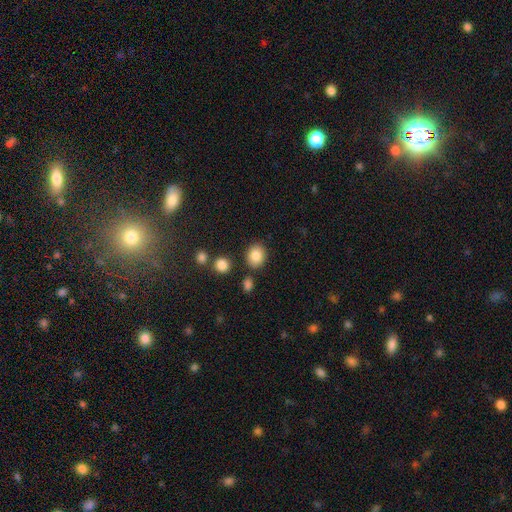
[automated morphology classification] Smooth or featured: smooth — 85% (star or artifact — 9%)
How rounded: round — 59% (in between — 40%)
Merging: none — 82% (minor disturbance — 10%)